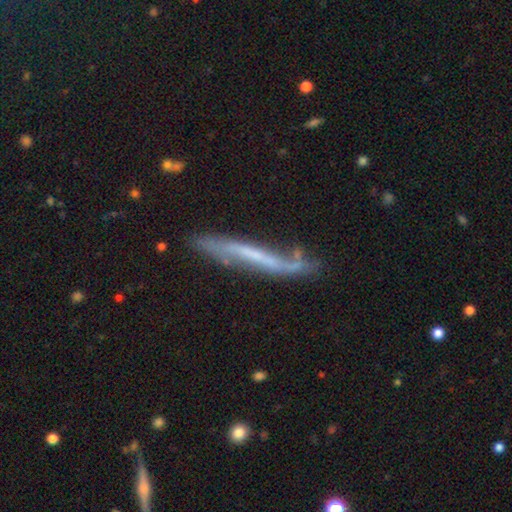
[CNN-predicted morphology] A featured or disk galaxy (67%) viewed edge-on (68%). Merging: none (60%).